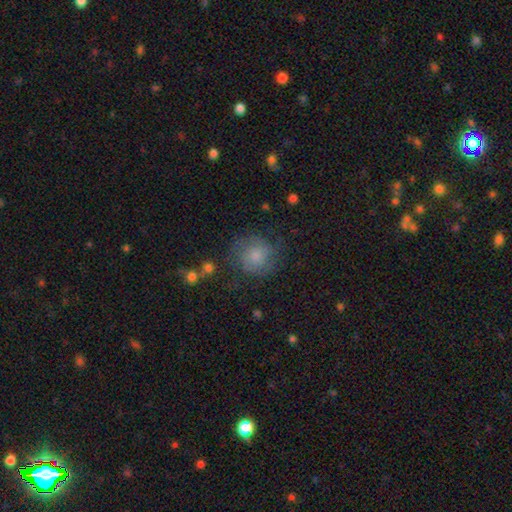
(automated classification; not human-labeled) Smooth or featured? smooth (49%)
Merging? none (68%)